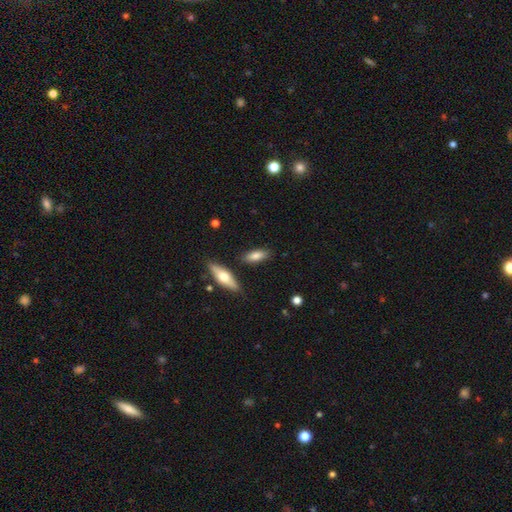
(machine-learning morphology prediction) Overall: smooth (77%). How rounded: in between (69%). Merging: none (82%).